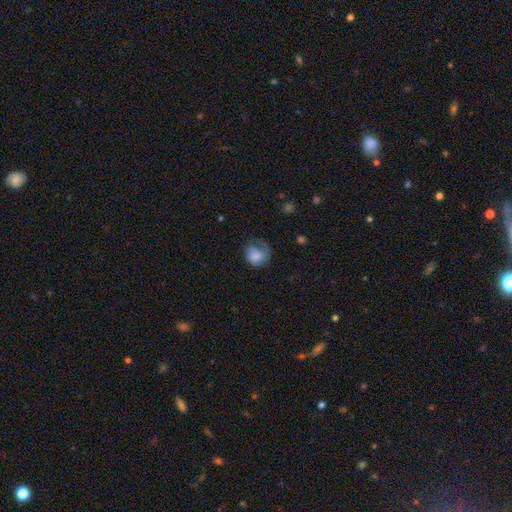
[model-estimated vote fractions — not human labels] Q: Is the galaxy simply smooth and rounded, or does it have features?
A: smooth — 68%.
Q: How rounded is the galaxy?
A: round — 63%.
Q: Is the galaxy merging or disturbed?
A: major disturbance — 38%.